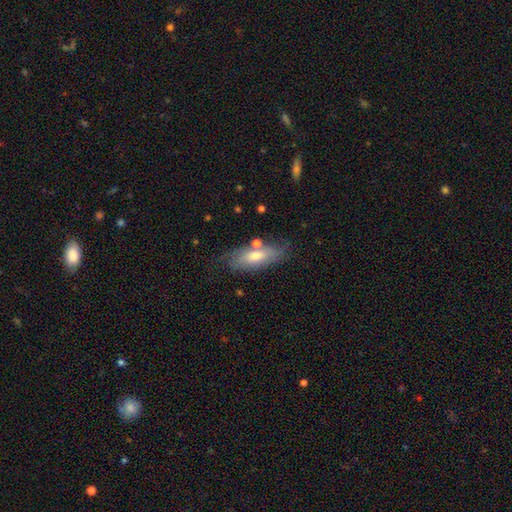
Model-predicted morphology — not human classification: Smooth or featured: smooth — 59% (featured or disk — 34%)
How rounded: in between — 69% (cigar-shaped — 28%)
Merging: none — 65% (minor disturbance — 21%)